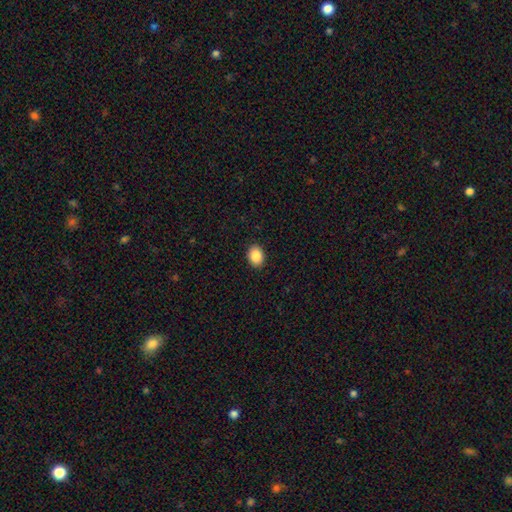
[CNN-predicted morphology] A smooth galaxy with no disk features (89%) that is in between round and cigar-shaped (68%). Merging: none (91%).